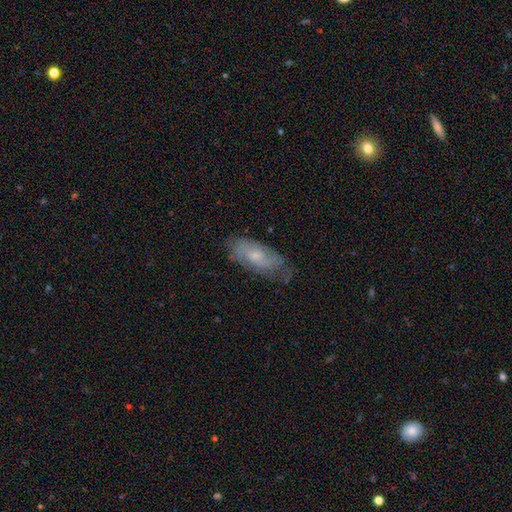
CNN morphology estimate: This is possibly a featured or disk galaxy (54%). It is clearly not viewed edge-on (87%). Merging: likely none (63%).